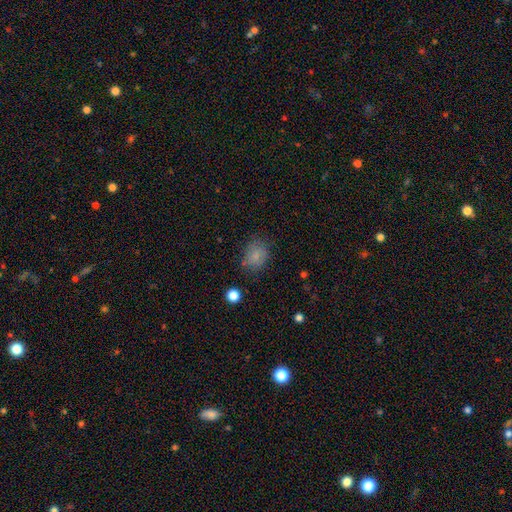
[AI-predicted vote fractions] Smooth or featured: smooth — 79% (star or artifact — 11%)
How rounded: round — 51% (in between — 48%)
Merging: none — 72% (minor disturbance — 20%)